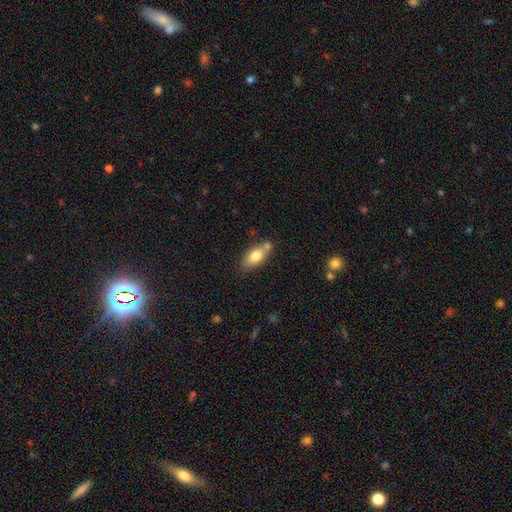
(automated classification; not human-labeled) Morphology: type=smooth (75%); roundness=in between (87%); merging=none (60%).